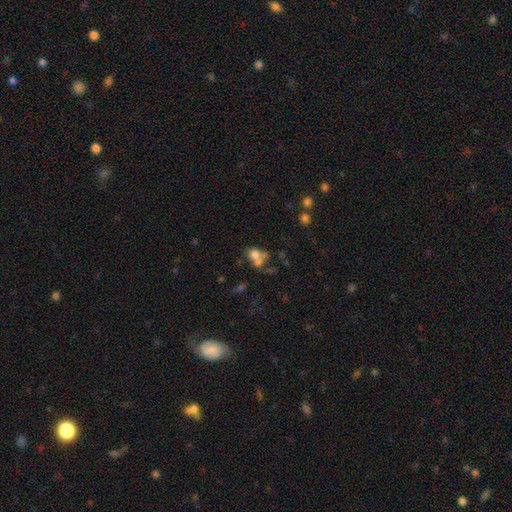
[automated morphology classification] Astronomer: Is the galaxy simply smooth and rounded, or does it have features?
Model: smooth — 66%.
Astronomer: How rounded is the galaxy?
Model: round — 52% (runner-up: in between, 47%).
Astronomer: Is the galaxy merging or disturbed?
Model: merger — 51% (runner-up: none, 29%).